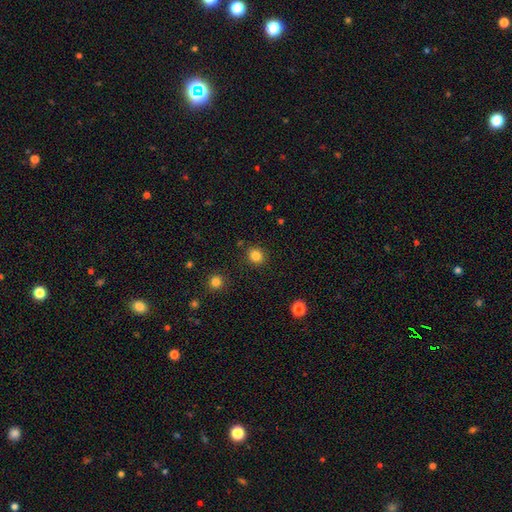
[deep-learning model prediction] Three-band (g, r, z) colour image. It shows a smooth galaxy with no disk features (84%) that is round (80%). Merging: none (87%).